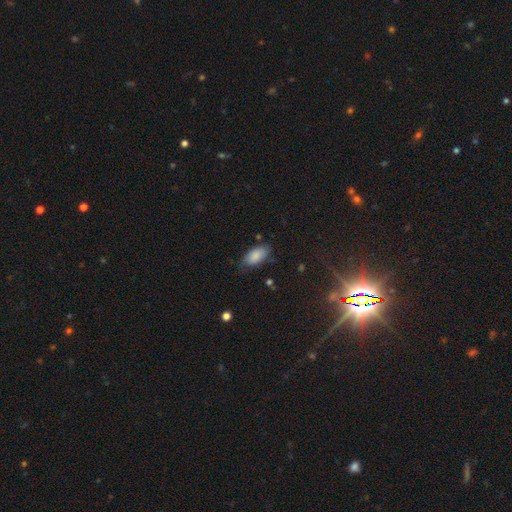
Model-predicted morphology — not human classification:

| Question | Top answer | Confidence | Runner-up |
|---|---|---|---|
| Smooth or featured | smooth | 85% | featured or disk (8%) |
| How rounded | in between | 91% | cigar-shaped (7%) |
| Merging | none | 71% | minor disturbance (23%) |